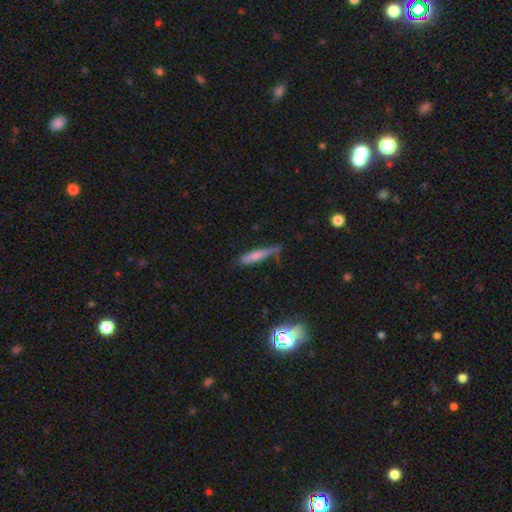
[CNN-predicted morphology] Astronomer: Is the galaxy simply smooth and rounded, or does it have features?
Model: smooth — 66%.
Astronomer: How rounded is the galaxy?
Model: cigar-shaped — 85%.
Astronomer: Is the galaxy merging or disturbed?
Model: none — 50% (runner-up: minor disturbance, 32%).